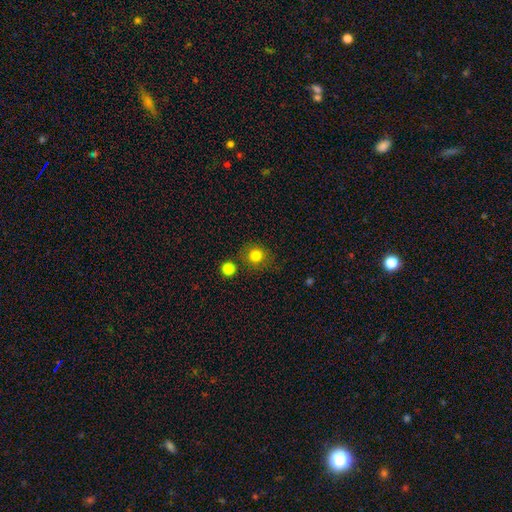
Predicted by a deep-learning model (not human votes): smooth_or_featured: smooth (p=0.82) [alt: star or artifact p=0.12]
how_rounded: round (p=0.90) [alt: in between p=0.09]
merging: none (p=0.75) [alt: minor disturbance p=0.11]